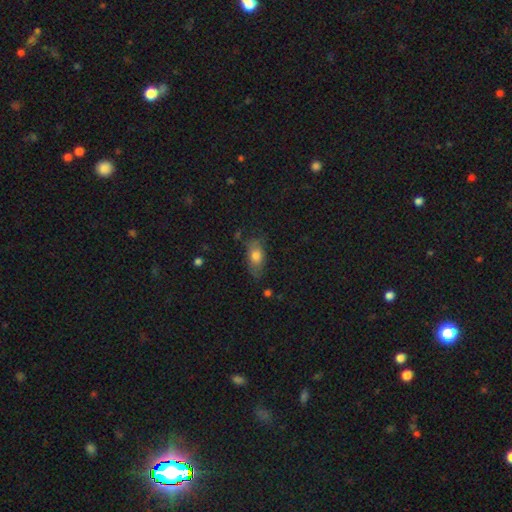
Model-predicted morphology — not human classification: smooth_or_featured: smooth (p=0.73) [alt: featured or disk p=0.19]
how_rounded: in between (p=0.84) [alt: cigar-shaped p=0.08]
merging: none (p=0.65) [alt: minor disturbance p=0.25]